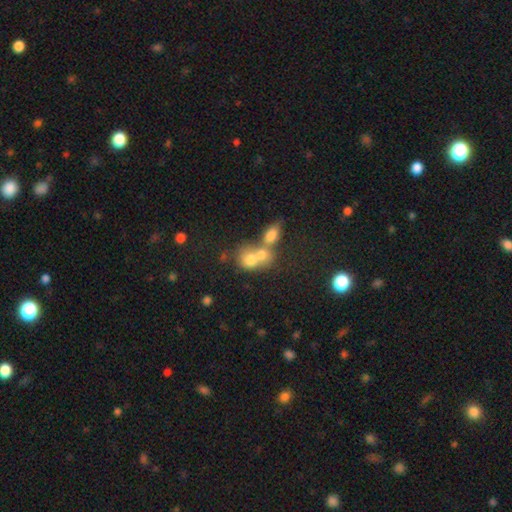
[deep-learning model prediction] A smooth galaxy with no disk features (61%) that is round (61%). Merging: merger (61%).